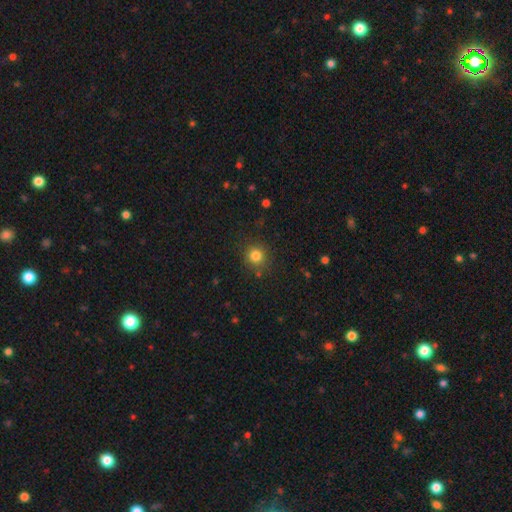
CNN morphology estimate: A smooth galaxy with no disk features (82%) that is round (91%).

Vote fractions:
- Smooth or featured? smooth: 82% / star or artifact: 13% / featured or disk: 5%
- How rounded? round: 91% / in between: 8% / cigar-shaped: 1%
- Merging? none: 86% / minor disturbance: 8% / major disturbance: 3% / merger: 2%